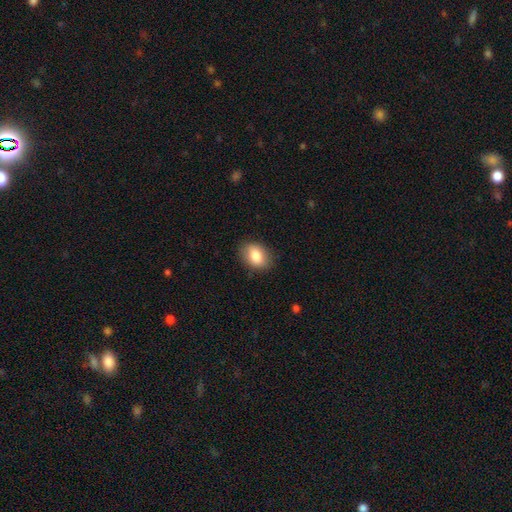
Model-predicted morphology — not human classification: The model was most divided on "how rounded": in between: 79%, round: 20%, cigar-shaped: 1%. More confident: merging — none (85%); smooth or featured — smooth (83%).